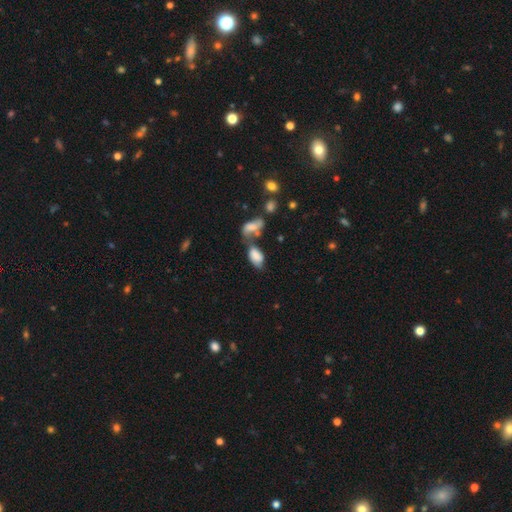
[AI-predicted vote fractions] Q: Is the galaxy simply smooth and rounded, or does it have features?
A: smooth — 77%.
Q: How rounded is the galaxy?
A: in between — 92%.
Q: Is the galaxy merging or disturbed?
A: merger — 42%.